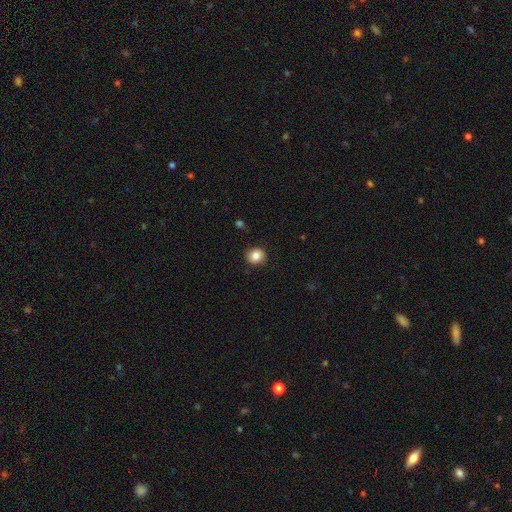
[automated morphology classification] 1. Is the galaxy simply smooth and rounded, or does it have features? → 83% smooth, 10% star or artifact, 7% featured or disk.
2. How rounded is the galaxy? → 86% round, 13% in between, 1% cigar-shaped.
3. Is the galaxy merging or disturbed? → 89% none, 8% minor disturbance, 2% major disturbance, 1% merger.